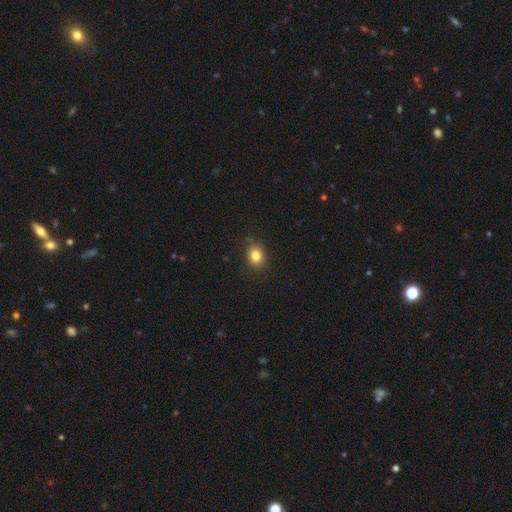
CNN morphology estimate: A smooth galaxy with no disk features (82%) that is round (58%). Merging: none (82%).